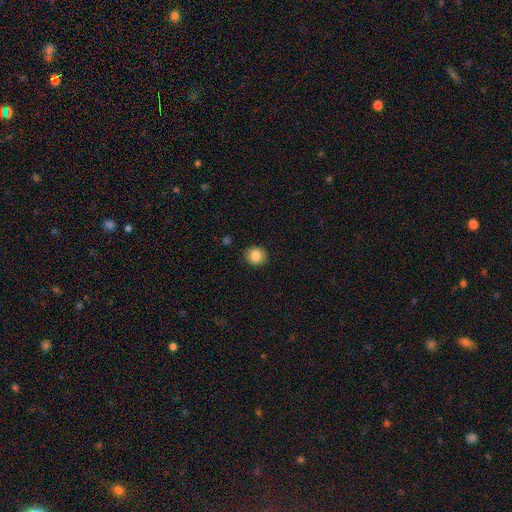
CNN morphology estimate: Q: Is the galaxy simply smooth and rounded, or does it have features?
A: smooth — 86%.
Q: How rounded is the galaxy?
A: round — 81%.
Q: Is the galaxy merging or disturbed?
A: none — 88%.